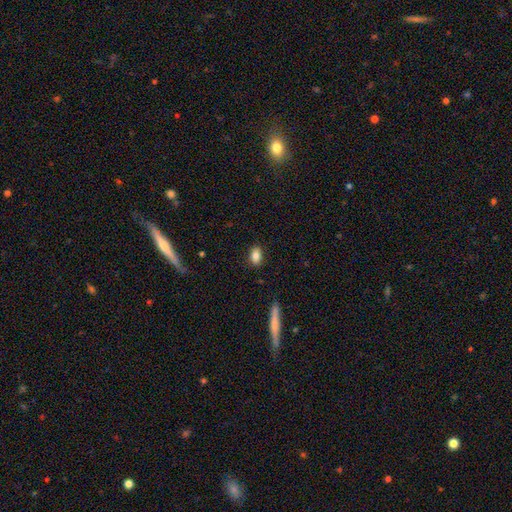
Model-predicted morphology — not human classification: Smooth or featured? Predicted: smooth (p=0.84). How rounded? Predicted: in between (p=0.84). Merging? Predicted: none (p=0.87).